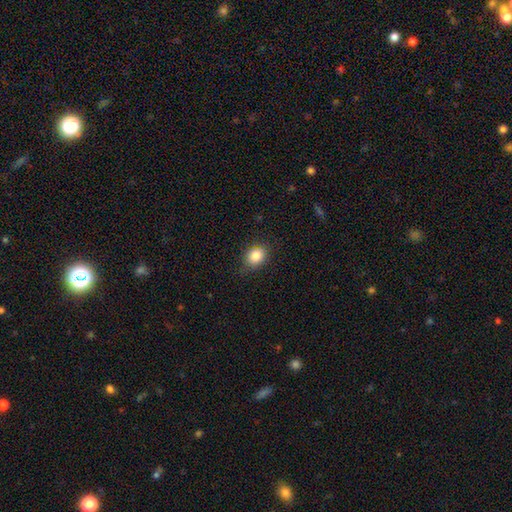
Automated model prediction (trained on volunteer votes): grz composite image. It shows a smooth galaxy with no disk features (85%) that is round (54%). Merging: none (83%).